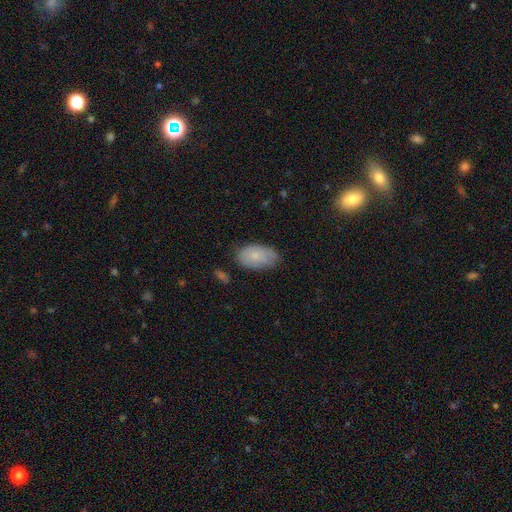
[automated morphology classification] smooth 77%, featured or disk 17%, star or artifact 7%. Down the decision tree: how rounded — in between (94%); merging — none (71%).